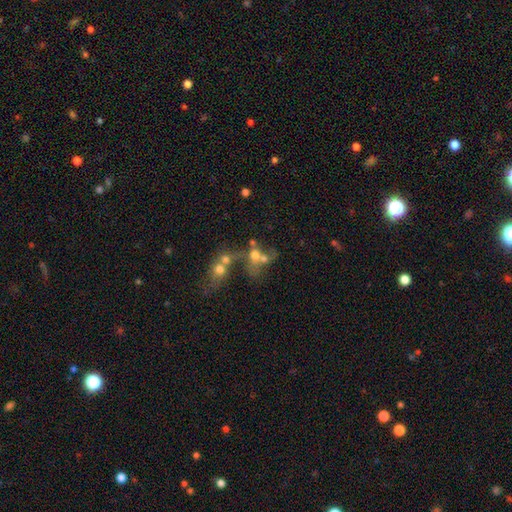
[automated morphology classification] Smooth or featured? smooth (51%)
How rounded? round (54%)
Merging? merger (60%)